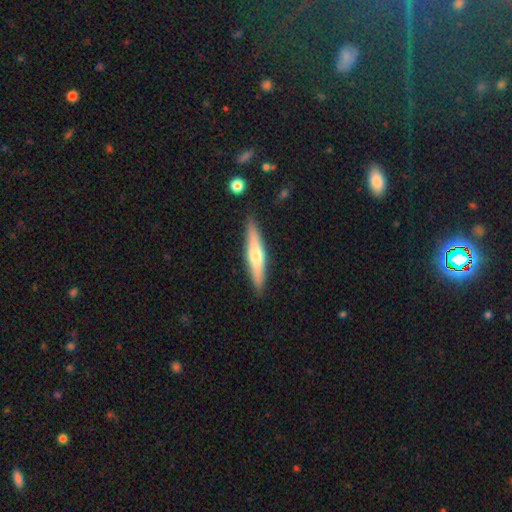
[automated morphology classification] This is possibly a featured or disk galaxy (51%). It is clearly viewed edge-on (95%). Merging: clearly none (89%).